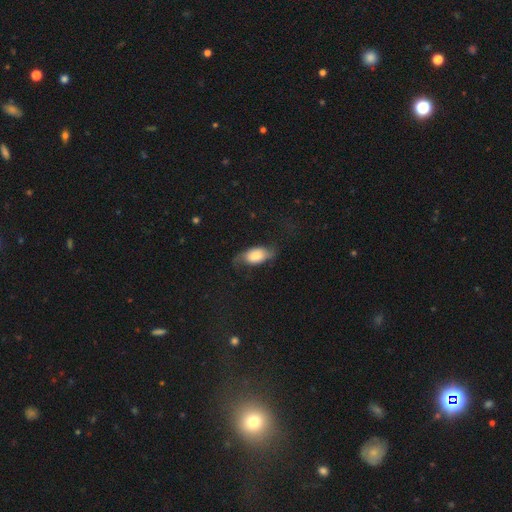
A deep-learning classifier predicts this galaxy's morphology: A smooth galaxy with no disk features (57%) that is in between round and cigar-shaped (87%).

Vote fractions:
- Smooth or featured? smooth: 57% / featured or disk: 34% / star or artifact: 8%
- How rounded? in between: 87% / round: 7% / cigar-shaped: 6%
- Merging? none: 53% / minor disturbance: 25% / major disturbance: 19% / merger: 2%